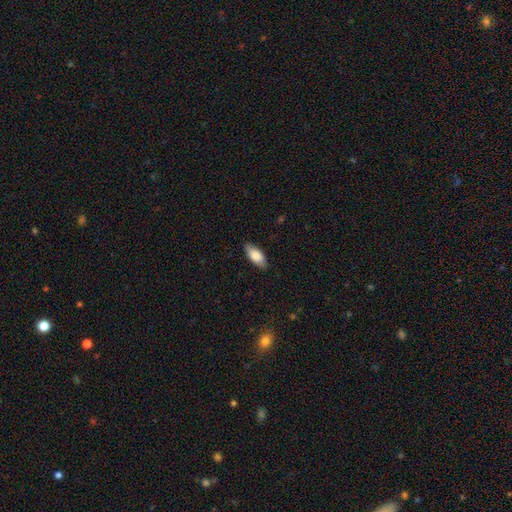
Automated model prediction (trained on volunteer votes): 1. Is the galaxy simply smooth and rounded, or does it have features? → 82% smooth, 12% featured or disk, 6% star or artifact.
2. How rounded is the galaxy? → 86% in between, 12% cigar-shaped, 2% round.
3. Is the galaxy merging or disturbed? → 86% none, 11% minor disturbance, 2% major disturbance, 1% merger.